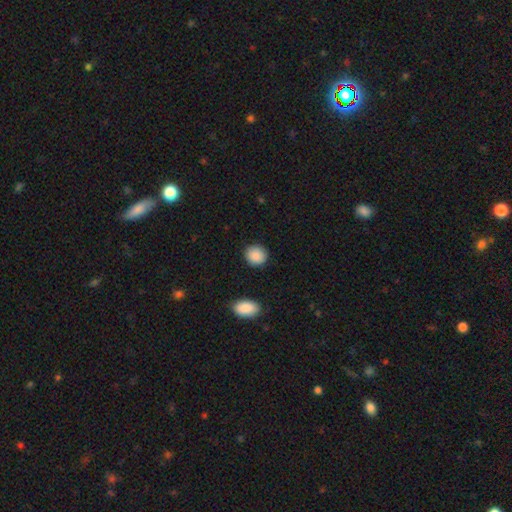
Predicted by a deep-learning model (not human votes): A smooth galaxy with no disk features (90%) that is round (82%).

Vote fractions:
- Smooth or featured? smooth: 90% / star or artifact: 7% / featured or disk: 3%
- How rounded? round: 82% / in between: 17% / cigar-shaped: 1%
- Merging? none: 90% / minor disturbance: 7% / major disturbance: 2% / merger: 2%